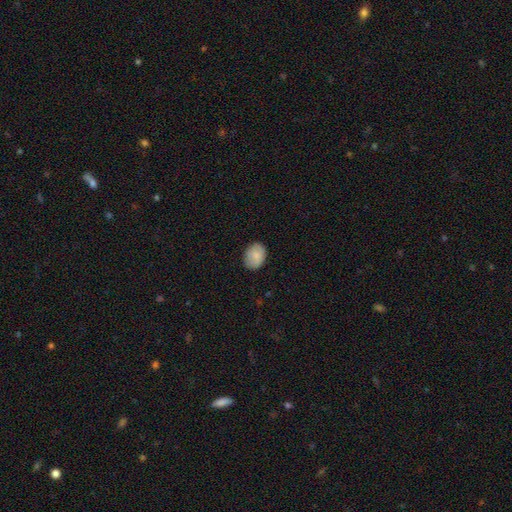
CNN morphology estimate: Overall: smooth (84%). How rounded: in between (62%; round 37%). Merging: none (84%).